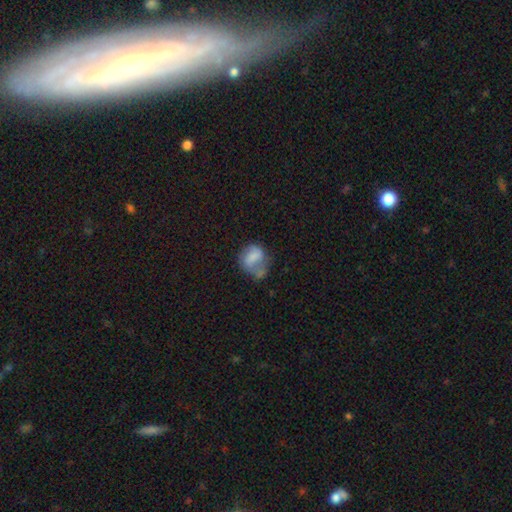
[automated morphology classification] Smooth or featured?
  - smooth: 60% *
  - featured or disk: 29%
  - star or artifact: 11%
How rounded?
  - in between: 50% *
  - round: 49%
  - cigar-shaped: 2%
Merging?
  - none: 32% *
  - minor disturbance: 26%
  - major disturbance: 26%
  - merger: 16%